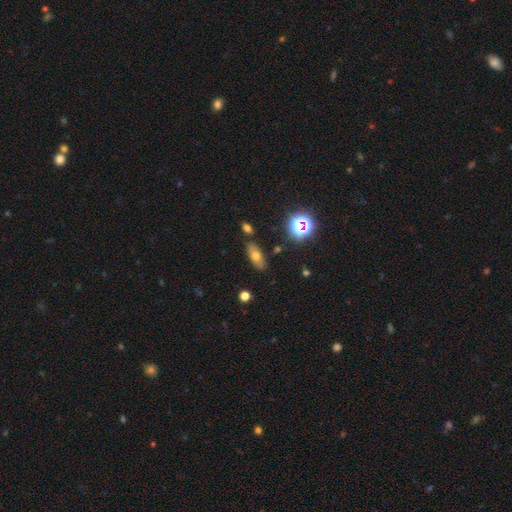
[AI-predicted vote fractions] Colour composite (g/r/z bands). It shows a smooth galaxy with no disk features (62%) that is in between round and cigar-shaped (77%). Merging: none (82%).